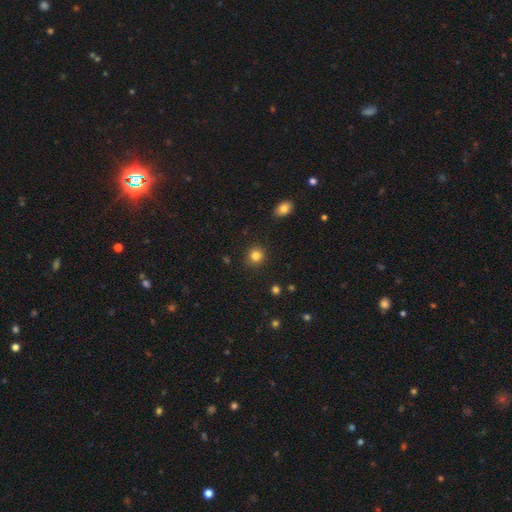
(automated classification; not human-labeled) Morphology: type=smooth (83%); roundness=round (88%); merging=none (90%).